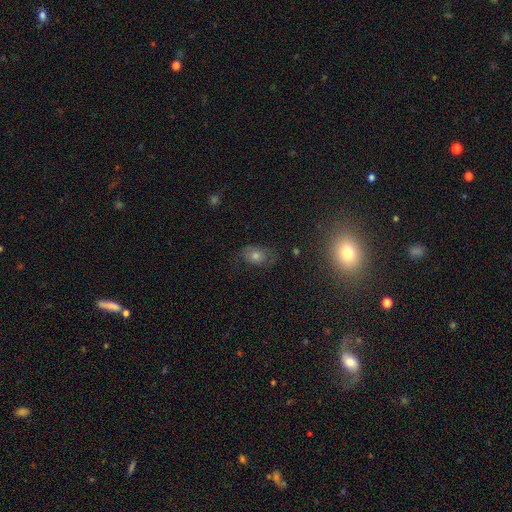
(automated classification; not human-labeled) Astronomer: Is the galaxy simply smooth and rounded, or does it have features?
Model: smooth — 58%.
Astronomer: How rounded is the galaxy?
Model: in between — 74%.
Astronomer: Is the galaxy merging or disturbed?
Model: none — 69%.